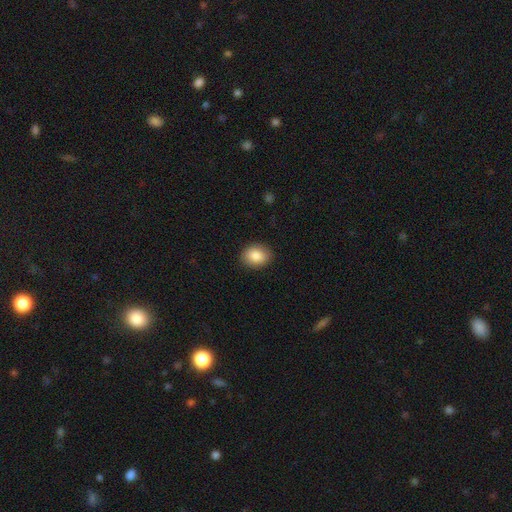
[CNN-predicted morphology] Smooth or featured?
  - smooth: 86% *
  - star or artifact: 8%
  - featured or disk: 6%
How rounded?
  - in between: 58% *
  - round: 41%
  - cigar-shaped: 1%
Merging?
  - none: 89% *
  - minor disturbance: 8%
  - major disturbance: 2%
  - merger: 1%